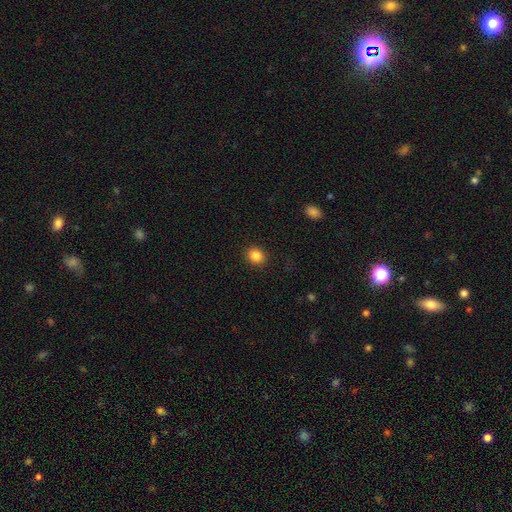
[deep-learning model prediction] Smooth or featured? Predicted: smooth (p=0.86). How rounded? Predicted: round (p=0.70). Merging? Predicted: none (p=0.90).